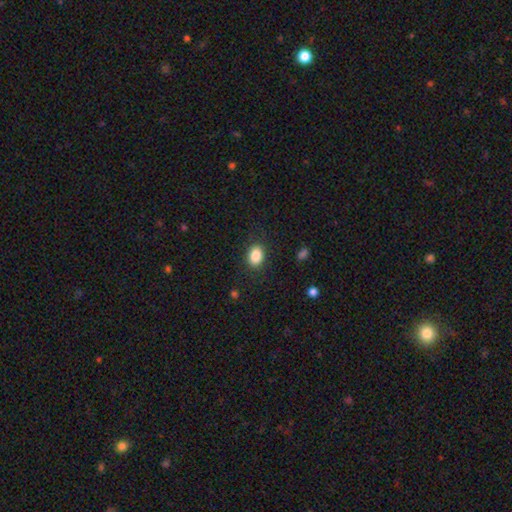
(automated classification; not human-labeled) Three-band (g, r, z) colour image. It shows a smooth galaxy with no disk features (87%) that is in between round and cigar-shaped (74%). Merging: none (85%).